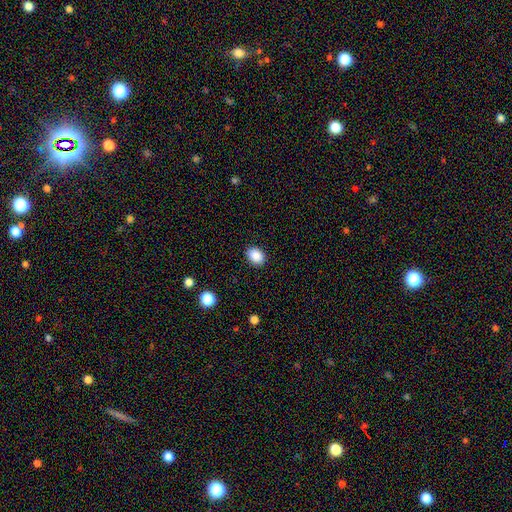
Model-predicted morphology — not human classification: Smooth or featured? Predicted: smooth (p=0.88). How rounded? Predicted: in between (p=0.64). Merging? Predicted: none (p=0.89).